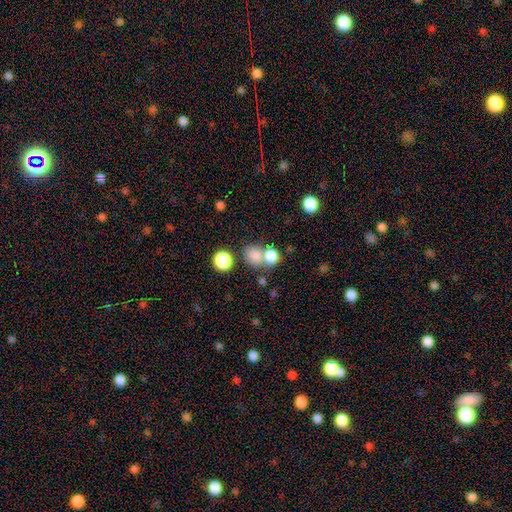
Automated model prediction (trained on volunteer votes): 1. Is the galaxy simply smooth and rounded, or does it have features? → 78% smooth, 14% star or artifact, 8% featured or disk.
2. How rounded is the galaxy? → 71% round, 28% in between, 1% cigar-shaped.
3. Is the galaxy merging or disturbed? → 50% none, 38% merger, 8% minor disturbance, 4% major disturbance.